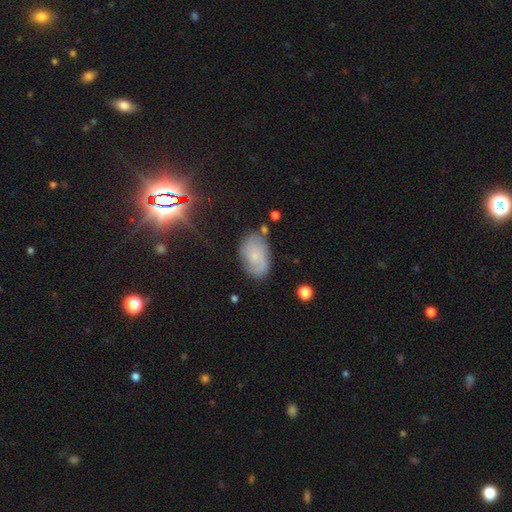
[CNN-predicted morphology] Smooth or featured?
  - smooth: 53% *
  - featured or disk: 35%
  - star or artifact: 12%
How rounded?
  - in between: 89% *
  - round: 9%
  - cigar-shaped: 2%
Merging?
  - none: 66% *
  - minor disturbance: 23%
  - major disturbance: 7%
  - merger: 4%